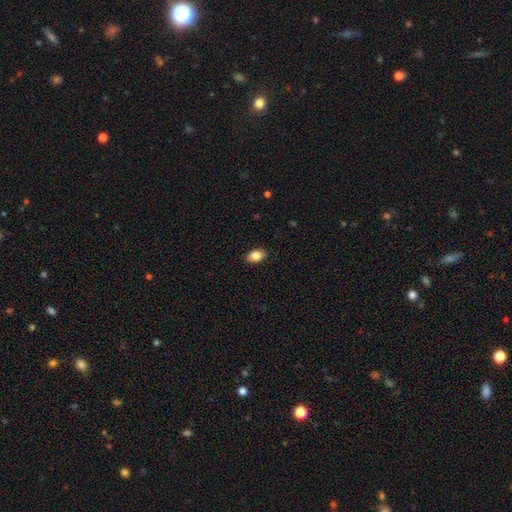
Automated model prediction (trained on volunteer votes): smooth_or_featured: smooth (p=0.87) [alt: star or artifact p=0.08]
how_rounded: in between (p=0.88) [alt: round p=0.10]
merging: none (p=0.88) [alt: minor disturbance p=0.09]